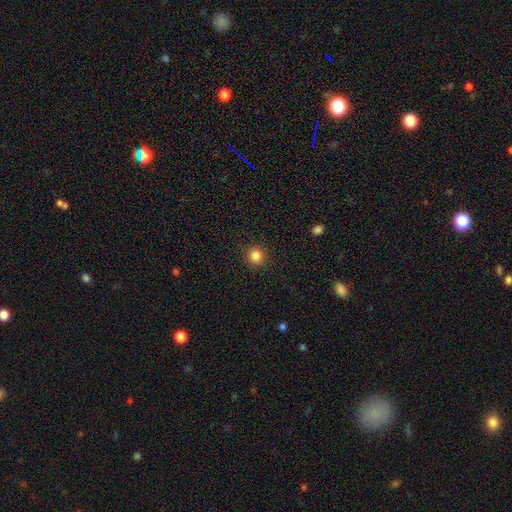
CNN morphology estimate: smooth_or_featured: smooth (p=0.85) [alt: star or artifact p=0.11]
how_rounded: round (p=0.92) [alt: in between p=0.07]
merging: none (p=0.91) [alt: minor disturbance p=0.06]